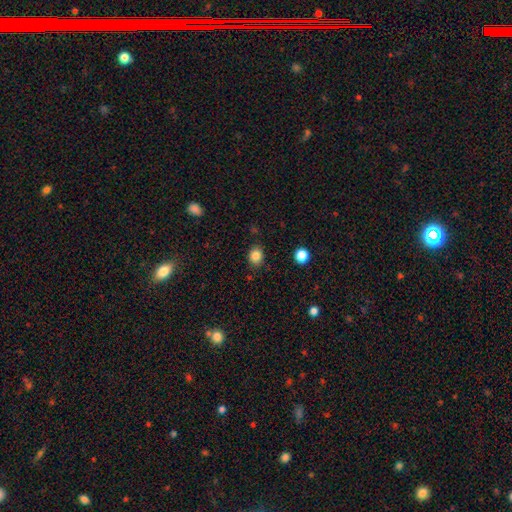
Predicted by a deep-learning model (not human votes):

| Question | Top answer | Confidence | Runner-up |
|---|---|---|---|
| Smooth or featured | smooth | 84% | star or artifact (11%) |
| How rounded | round | 64% | in between (36%) |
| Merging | none | 86% | minor disturbance (10%) |